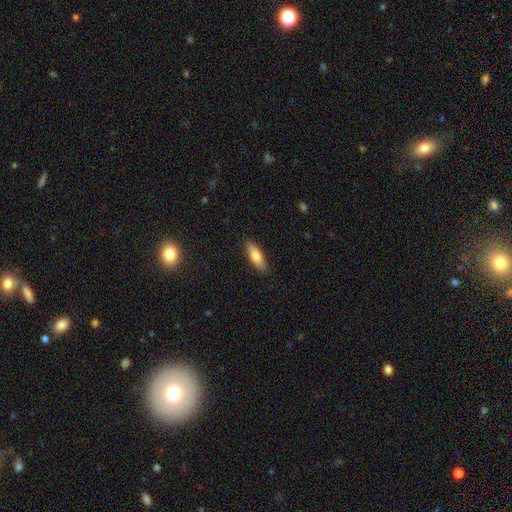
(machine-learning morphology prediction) Smooth or featured?
  - smooth: 78% *
  - featured or disk: 16%
  - star or artifact: 6%
How rounded?
  - in between: 56% *
  - cigar-shaped: 42%
  - round: 2%
Merging?
  - none: 88% *
  - minor disturbance: 9%
  - major disturbance: 2%
  - merger: 1%